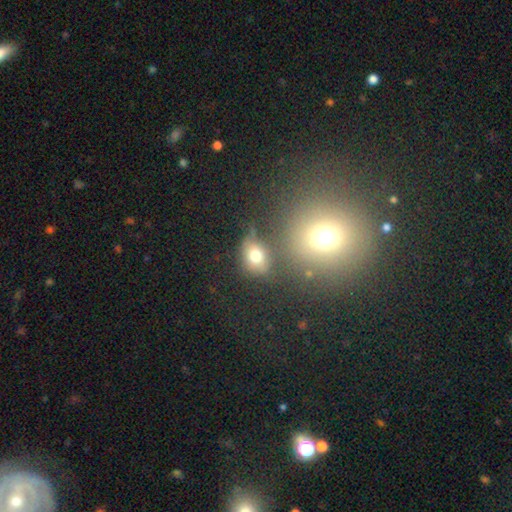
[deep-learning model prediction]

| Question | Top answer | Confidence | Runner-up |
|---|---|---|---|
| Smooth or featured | smooth | 71% | star or artifact (17%) |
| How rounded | in between | 49% | tied: round (49%) |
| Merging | none | 61% | minor disturbance (17%) |